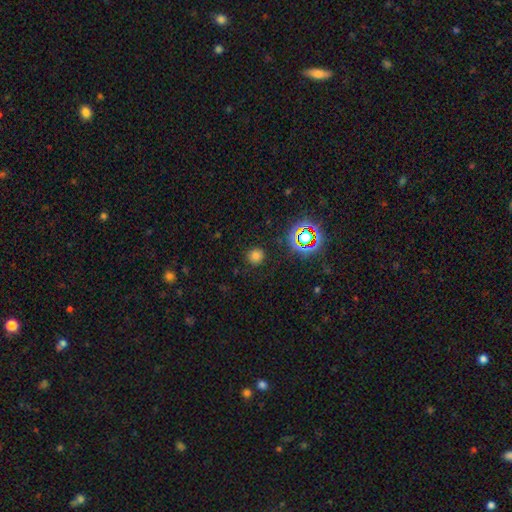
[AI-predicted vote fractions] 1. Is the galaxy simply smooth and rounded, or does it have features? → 72% smooth, 22% star or artifact, 6% featured or disk.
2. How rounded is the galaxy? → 90% round, 9% in between, 1% cigar-shaped.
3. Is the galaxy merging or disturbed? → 88% none, 8% minor disturbance, 3% major disturbance, 1% merger.